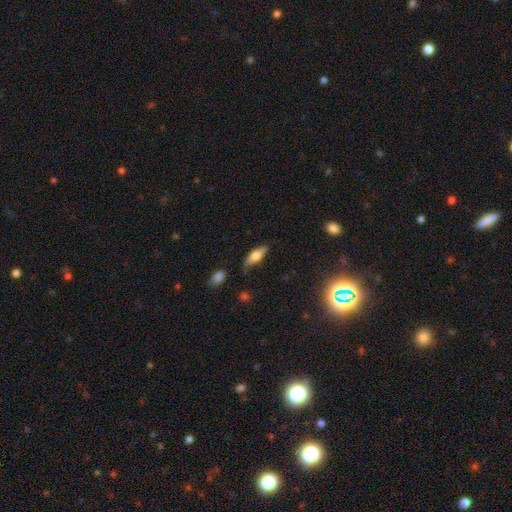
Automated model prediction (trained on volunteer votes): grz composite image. It shows a smooth galaxy with no disk features (58%) that is cigar-shaped (49%). Merging: none (80%).